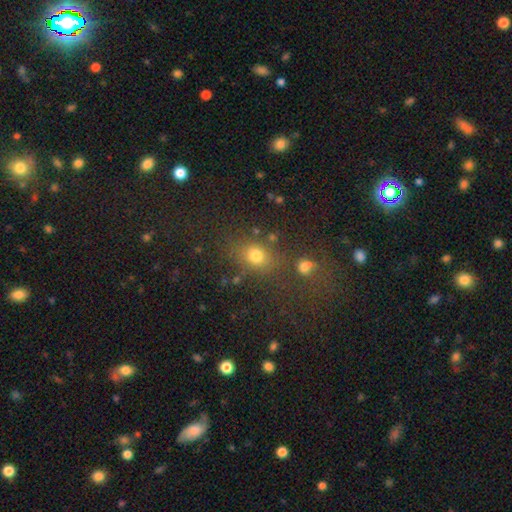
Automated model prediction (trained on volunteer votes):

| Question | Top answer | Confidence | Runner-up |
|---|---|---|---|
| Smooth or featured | smooth | 71% | star or artifact (21%) |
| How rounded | round | 57% | in between (41%) |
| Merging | none | 70% | merger (13%) |